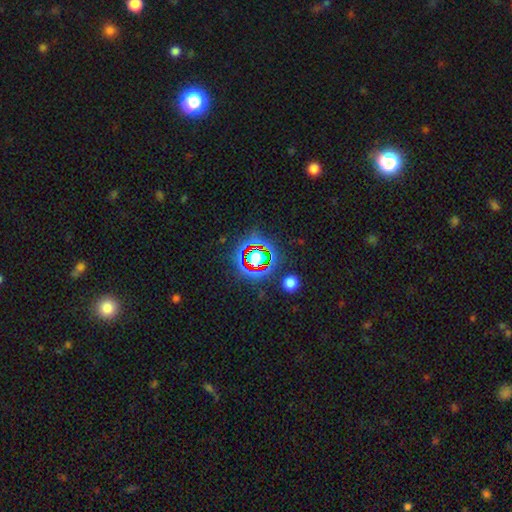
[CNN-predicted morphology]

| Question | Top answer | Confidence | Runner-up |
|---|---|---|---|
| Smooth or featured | star or artifact | 69% | smooth (20%) |